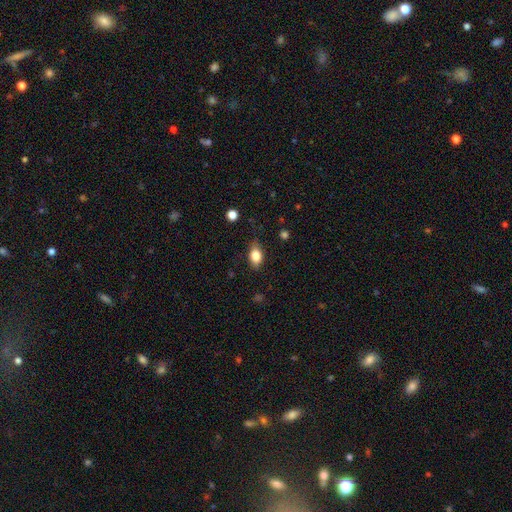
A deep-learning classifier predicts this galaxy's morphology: Smooth or featured? Predicted: smooth (p=0.82). How rounded? Predicted: in between (p=0.83). Merging? Predicted: none (p=0.76).